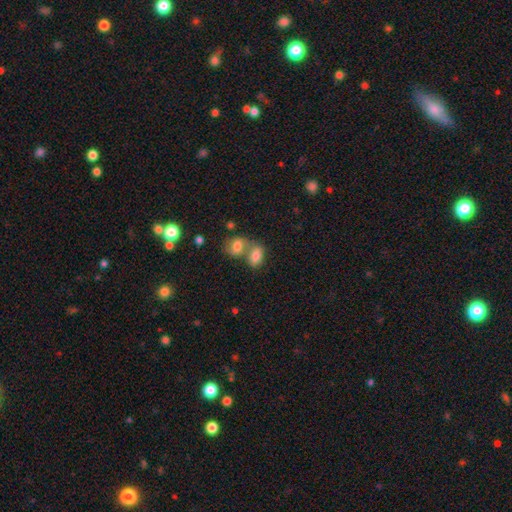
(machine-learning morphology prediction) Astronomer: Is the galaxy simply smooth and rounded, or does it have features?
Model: smooth — 80%.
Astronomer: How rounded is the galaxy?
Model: in between — 86%.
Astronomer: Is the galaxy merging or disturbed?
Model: merger — 59%.